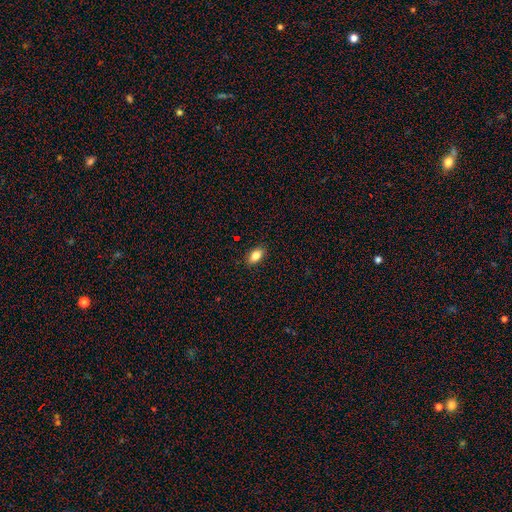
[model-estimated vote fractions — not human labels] smooth 83%, featured or disk 9%, star or artifact 8%. Down the decision tree: how rounded — in between (89%); merging — none (89%).